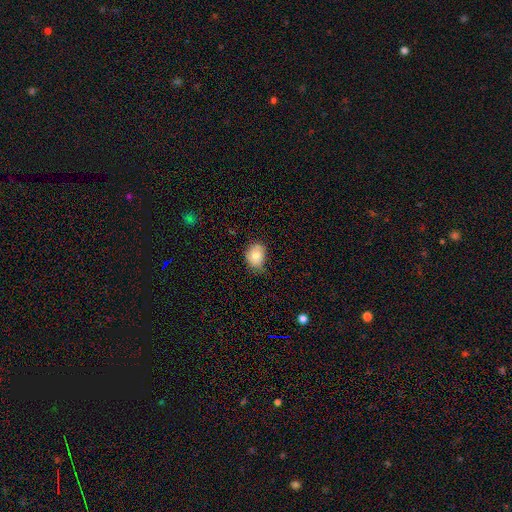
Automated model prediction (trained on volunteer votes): Q: Smooth or featured?
A: smooth (77%); runner-up: featured or disk (14%)
Q: How rounded?
A: in between (58%); runner-up: round (41%)
Q: Merging?
A: none (63%); runner-up: minor disturbance (30%)